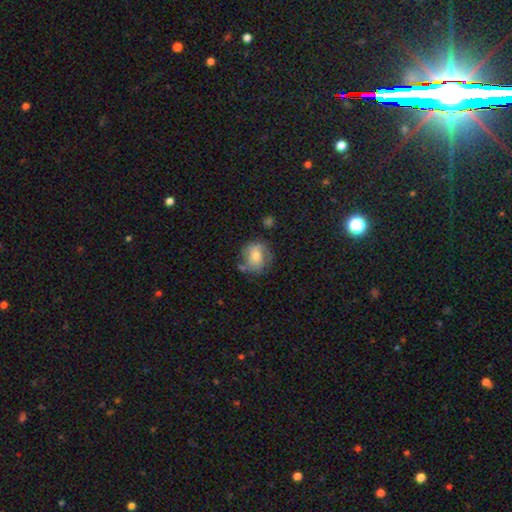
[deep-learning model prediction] Smooth or featured: smooth — 55% (featured or disk — 36%)
How rounded: round — 72% (in between — 27%)
Merging: none — 61% (minor disturbance — 23%)